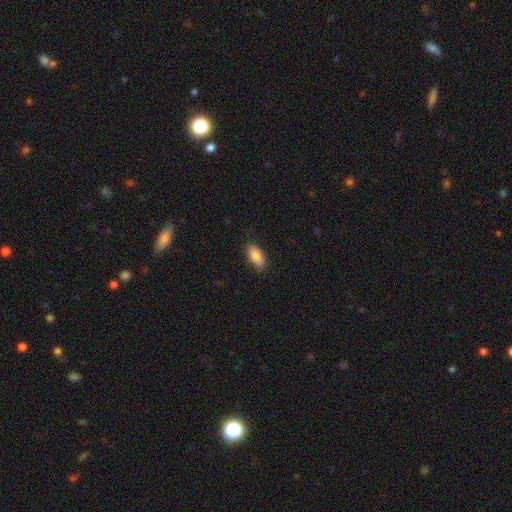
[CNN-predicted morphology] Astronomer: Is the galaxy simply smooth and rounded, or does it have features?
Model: smooth — 86%.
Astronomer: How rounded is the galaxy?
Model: in between — 87%.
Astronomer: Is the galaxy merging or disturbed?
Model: none — 86%.